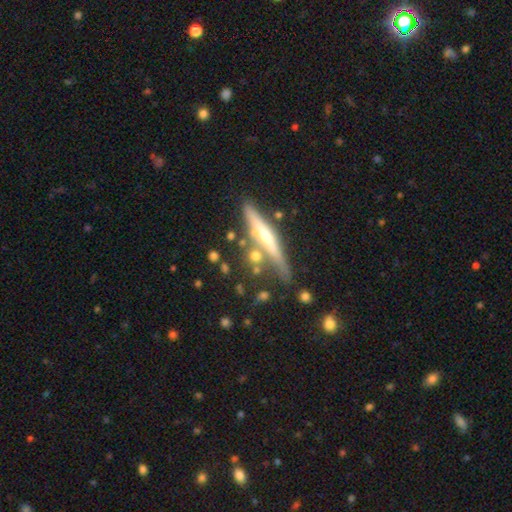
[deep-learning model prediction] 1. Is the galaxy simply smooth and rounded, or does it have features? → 55% featured or disk, 35% smooth, 10% star or artifact.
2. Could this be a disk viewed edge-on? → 89% yes, 11% no.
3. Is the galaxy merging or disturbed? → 66% none, 15% minor disturbance, 14% merger, 5% major disturbance.